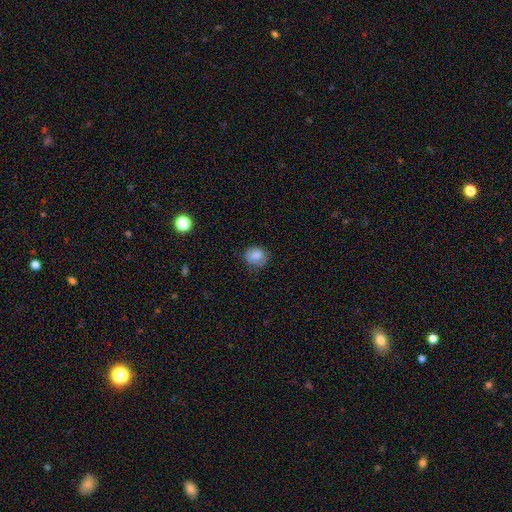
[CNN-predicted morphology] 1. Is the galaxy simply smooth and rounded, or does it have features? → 84% smooth, 9% star or artifact, 6% featured or disk.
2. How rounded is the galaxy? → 72% round, 27% in between, 1% cigar-shaped.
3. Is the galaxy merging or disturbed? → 73% none, 21% minor disturbance, 5% major disturbance, 1% merger.